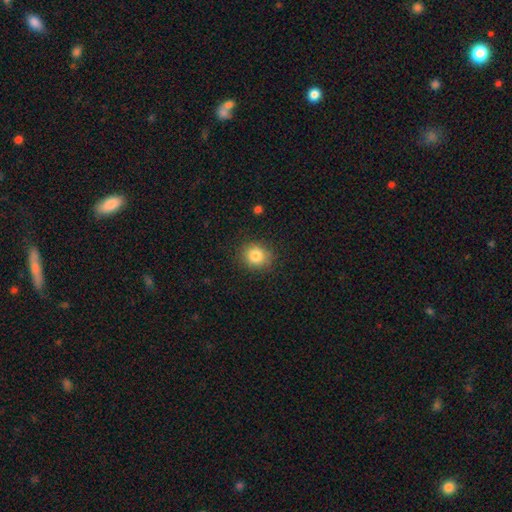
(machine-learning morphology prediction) The model was most divided on "how rounded": round: 80%, in between: 19%, cigar-shaped: 1%. More confident: merging — none (86%); smooth or featured — smooth (83%).